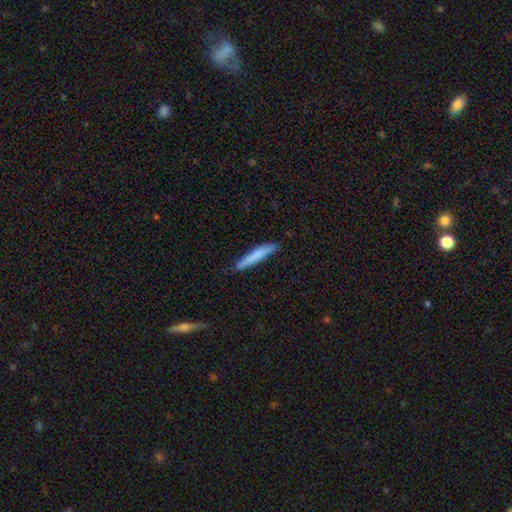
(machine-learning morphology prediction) A smooth galaxy with no disk features (75%) that is cigar-shaped (94%). Merging: none (83%).